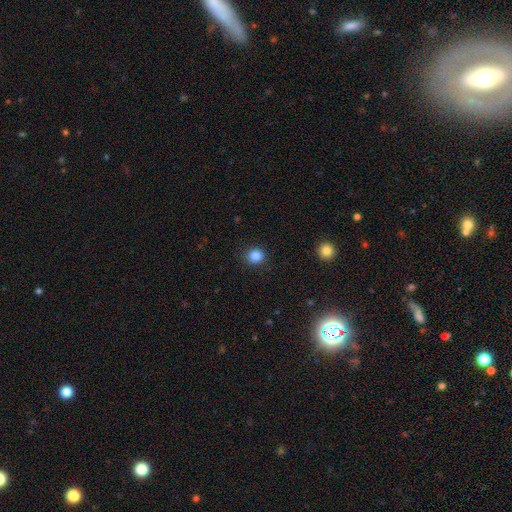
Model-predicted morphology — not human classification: smooth_or_featured: smooth (p=0.86) [alt: star or artifact p=0.11]
how_rounded: round (p=0.86) [alt: in between p=0.13]
merging: none (p=0.90) [alt: minor disturbance p=0.07]